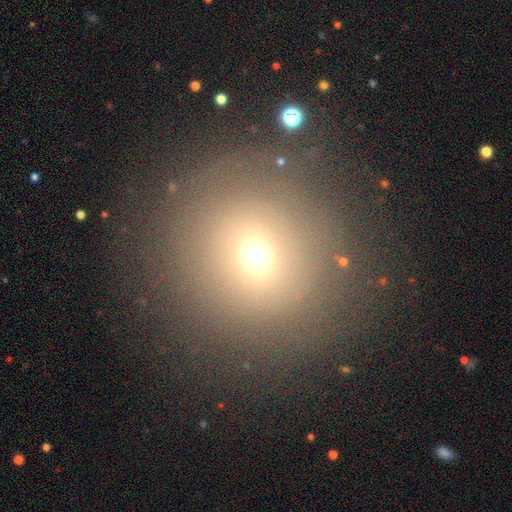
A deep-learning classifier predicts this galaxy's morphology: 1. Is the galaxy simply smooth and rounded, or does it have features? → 63% smooth, 22% star or artifact, 15% featured or disk.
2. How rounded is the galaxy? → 93% round, 6% in between, 1% cigar-shaped.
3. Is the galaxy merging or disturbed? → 84% none, 9% minor disturbance, 5% major disturbance, 2% merger.